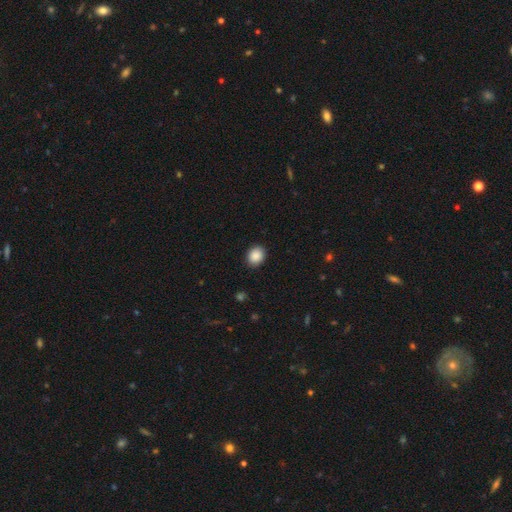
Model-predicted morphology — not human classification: This appears to be a smooth galaxy with no disk features (89%) that is round (56%). Merging: none (89%).